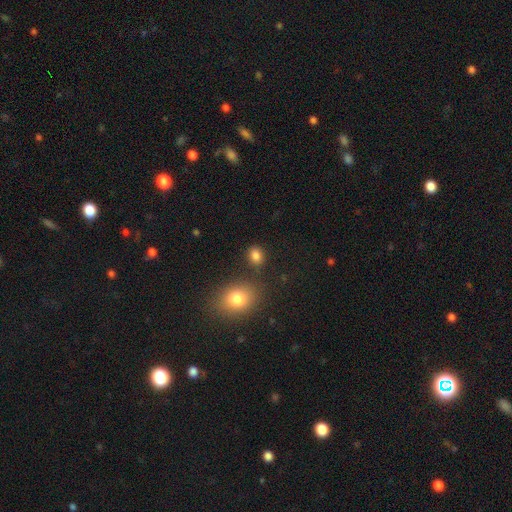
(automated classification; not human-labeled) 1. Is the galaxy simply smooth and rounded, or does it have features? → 83% smooth, 12% star or artifact, 5% featured or disk.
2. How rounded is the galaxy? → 50% round, 49% in between, 1% cigar-shaped.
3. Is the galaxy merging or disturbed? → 80% none, 10% minor disturbance, 7% merger, 3% major disturbance.